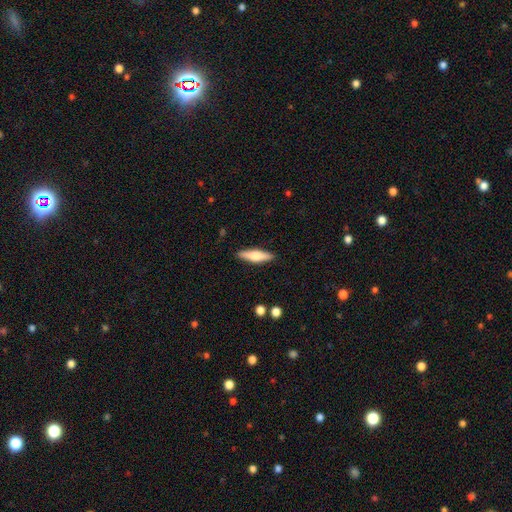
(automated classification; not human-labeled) The model was most divided on "smooth or featured": smooth: 61%, featured or disk: 33%, star or artifact: 6%. More confident: merging — none (89%); how rounded — cigar-shaped (64%).